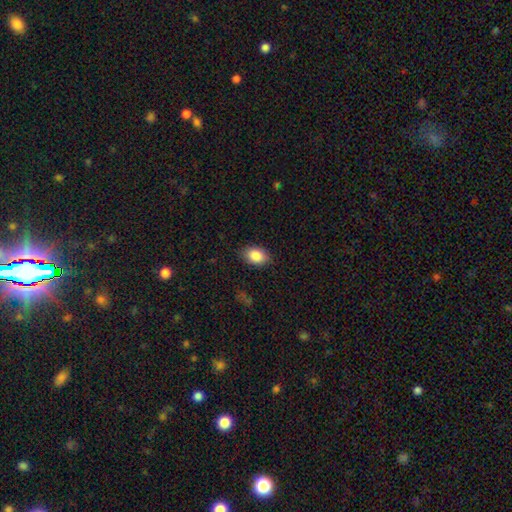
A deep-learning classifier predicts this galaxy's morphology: Q: Smooth or featured?
A: smooth (87%); runner-up: star or artifact (7%)
Q: How rounded?
A: in between (85%); runner-up: round (14%)
Q: Merging?
A: none (85%); runner-up: minor disturbance (12%)